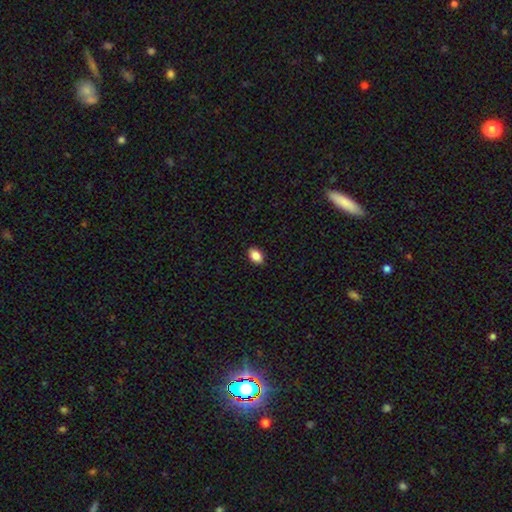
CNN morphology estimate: type=smooth (86%); roundness=in between (85%); merging=none (89%).